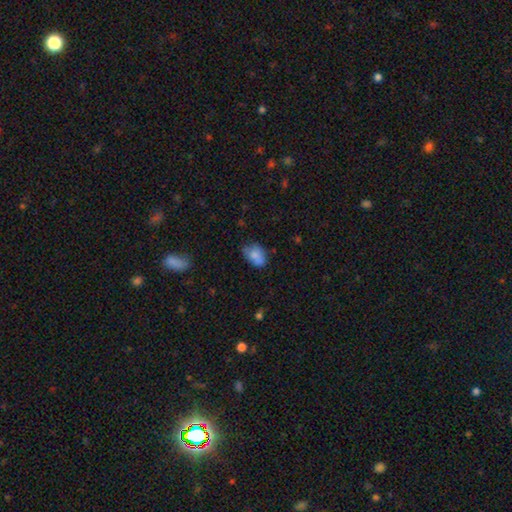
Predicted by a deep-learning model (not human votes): Smooth or featured: smooth — 76% (featured or disk — 14%)
How rounded: in between — 82% (round — 17%)
Merging: none — 53% (minor disturbance — 31%)